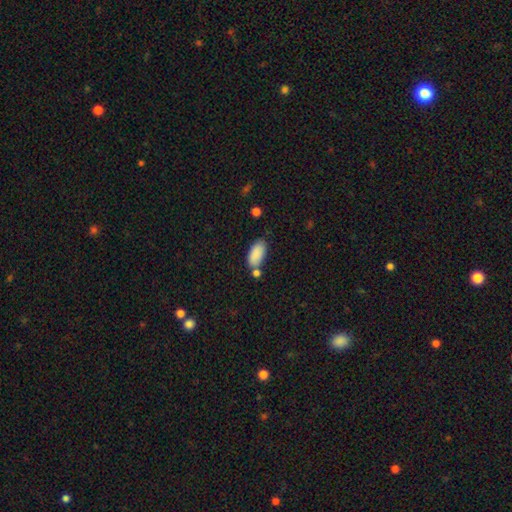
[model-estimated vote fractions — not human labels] Overall: smooth (88%). How rounded: in between (92%). Merging: none (66%).